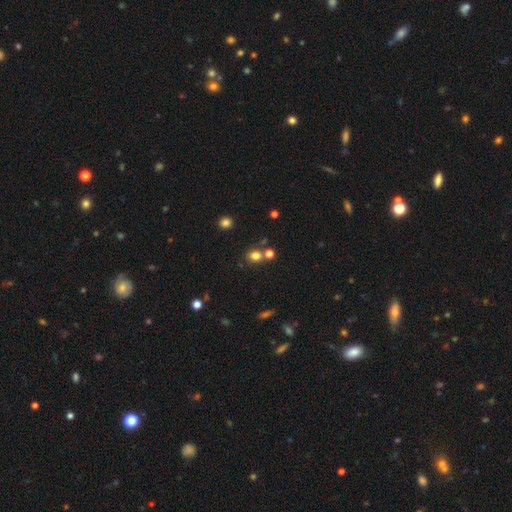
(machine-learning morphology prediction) A smooth galaxy with no disk features (78%) that is round (68%).

Vote fractions:
- Smooth or featured? smooth: 78% / star or artifact: 15% / featured or disk: 7%
- How rounded? round: 68% / in between: 31% / cigar-shaped: 1%
- Merging? none: 66% / merger: 21% / minor disturbance: 9% / major disturbance: 3%